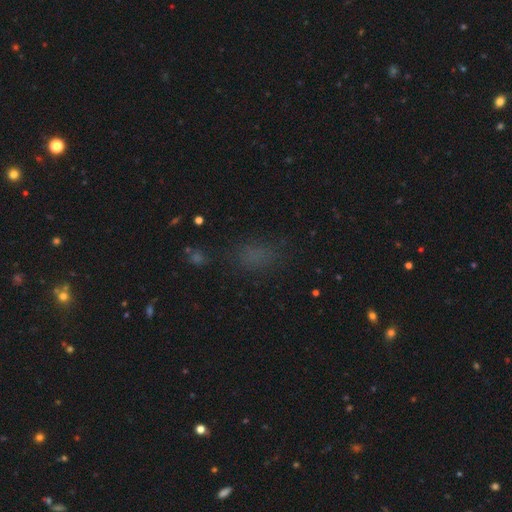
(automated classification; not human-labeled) Overall: smooth (66%; star or artifact 26%). How rounded: in between (78%). Merging: none (72%).